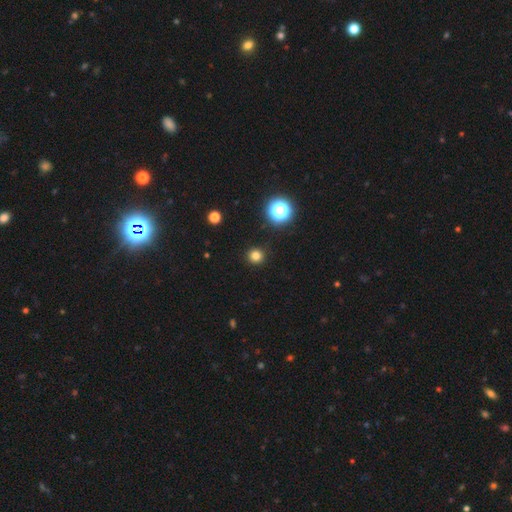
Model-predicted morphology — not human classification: smooth 79%, star or artifact 17%, featured or disk 5%. Down the decision tree: how rounded — round (94%); merging — none (92%).